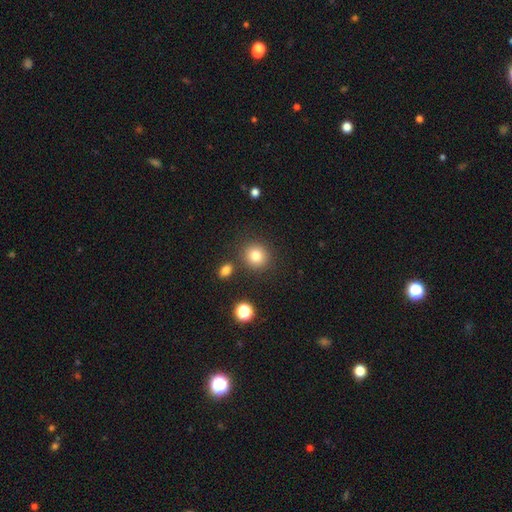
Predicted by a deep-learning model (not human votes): Overall: smooth (81%). How rounded: round (88%). Merging: none (84%).